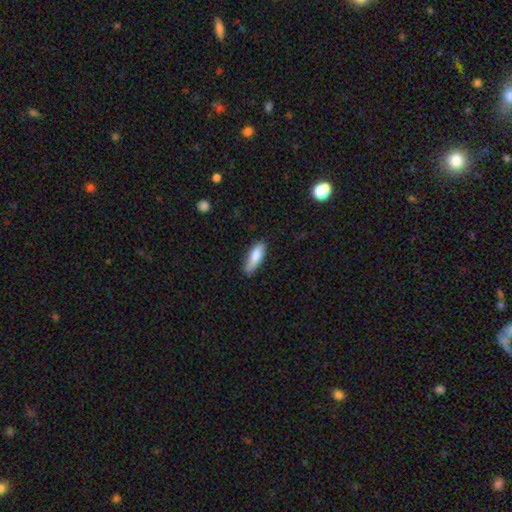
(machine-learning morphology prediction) type=smooth (83%); roundness=in between (54%); merging=none (70%).